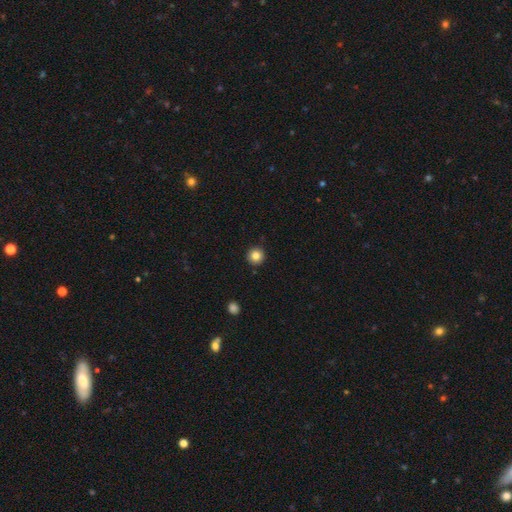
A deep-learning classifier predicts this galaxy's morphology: A smooth galaxy with no disk features (83%) that is round (96%).

Vote fractions:
- Smooth or featured? smooth: 83% / star or artifact: 11% / featured or disk: 6%
- How rounded? round: 96% / in between: 3% / cigar-shaped: 1%
- Merging? none: 92% / minor disturbance: 5% / major disturbance: 1% / merger: 1%